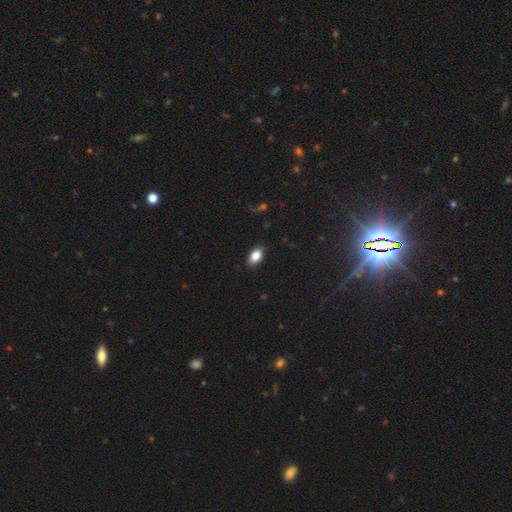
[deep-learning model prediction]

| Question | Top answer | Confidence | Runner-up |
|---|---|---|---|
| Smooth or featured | smooth | 86% | star or artifact (8%) |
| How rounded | in between | 91% | round (7%) |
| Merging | none | 88% | minor disturbance (9%) |